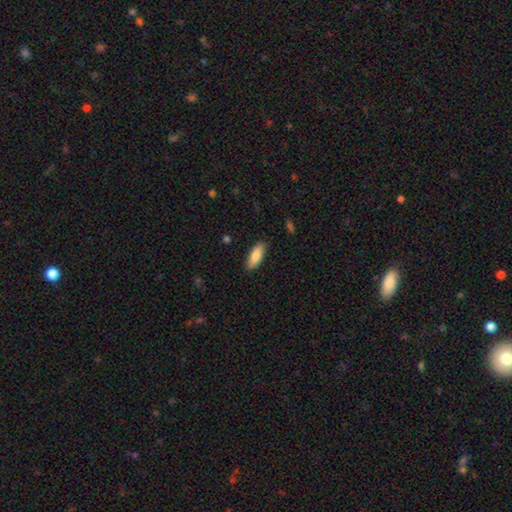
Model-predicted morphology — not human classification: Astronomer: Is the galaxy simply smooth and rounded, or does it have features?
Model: smooth — 84%.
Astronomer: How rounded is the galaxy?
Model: in between — 70%.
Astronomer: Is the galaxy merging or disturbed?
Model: none — 86%.